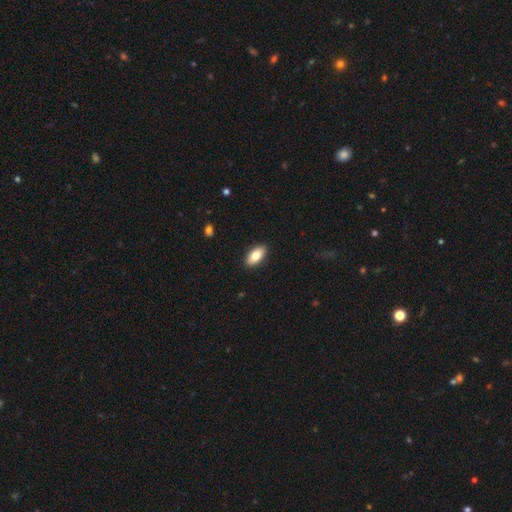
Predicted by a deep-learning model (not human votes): Overall: smooth (81%). How rounded: in between (91%). Merging: none (90%).